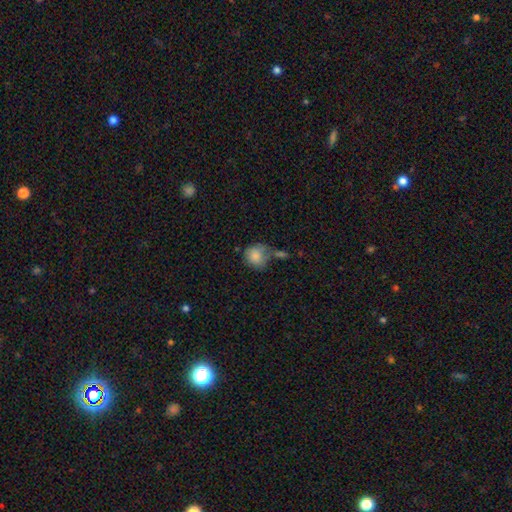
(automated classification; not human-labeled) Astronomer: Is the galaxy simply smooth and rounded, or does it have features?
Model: smooth — 83%.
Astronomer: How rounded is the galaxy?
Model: round — 83%.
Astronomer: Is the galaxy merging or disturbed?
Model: none — 47% (runner-up: minor disturbance, 22%).